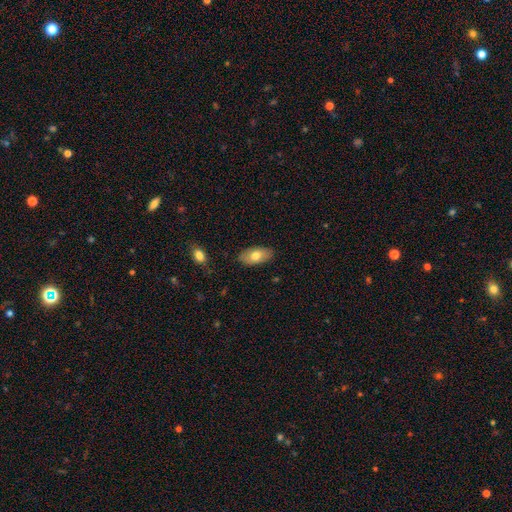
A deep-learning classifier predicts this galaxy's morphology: A smooth galaxy with no disk features (72%) that is in between round and cigar-shaped (93%).

Vote fractions:
- Smooth or featured? smooth: 72% / featured or disk: 21% / star or artifact: 6%
- How rounded? in between: 93% / cigar-shaped: 3% / round: 3%
- Merging? none: 85% / minor disturbance: 11% / major disturbance: 2% / merger: 1%